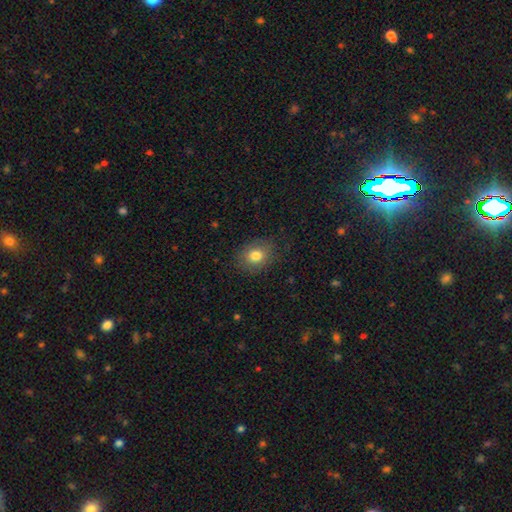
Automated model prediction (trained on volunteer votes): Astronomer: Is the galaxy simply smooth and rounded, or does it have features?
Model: smooth — 79%.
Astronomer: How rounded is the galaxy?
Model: in between — 51% (runner-up: round, 48%).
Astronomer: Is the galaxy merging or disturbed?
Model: none — 81%.